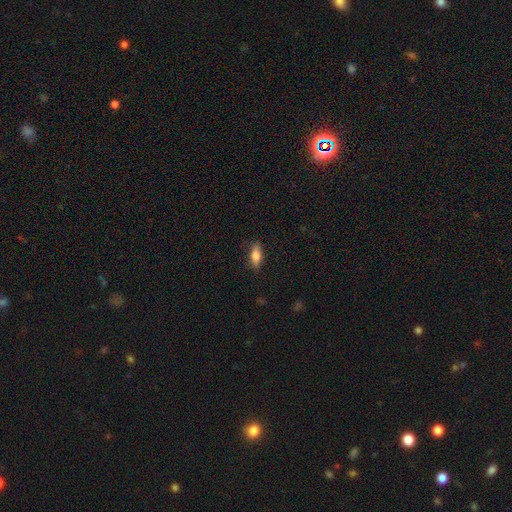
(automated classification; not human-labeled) smooth_or_featured: smooth (p=0.74) [alt: featured or disk p=0.19]
how_rounded: in between (p=0.71) [alt: cigar-shaped p=0.26]
merging: none (p=0.84) [alt: minor disturbance p=0.12]